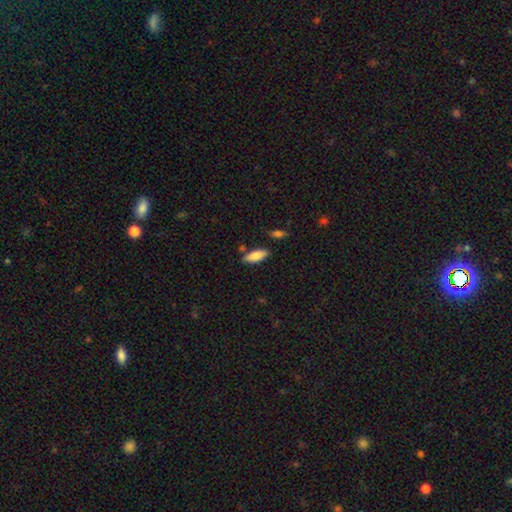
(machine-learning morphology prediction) smooth_or_featured: smooth (p=0.84) [alt: featured or disk p=0.10]
how_rounded: in between (p=0.76) [alt: cigar-shaped p=0.22]
merging: none (p=0.79) [alt: minor disturbance p=0.13]